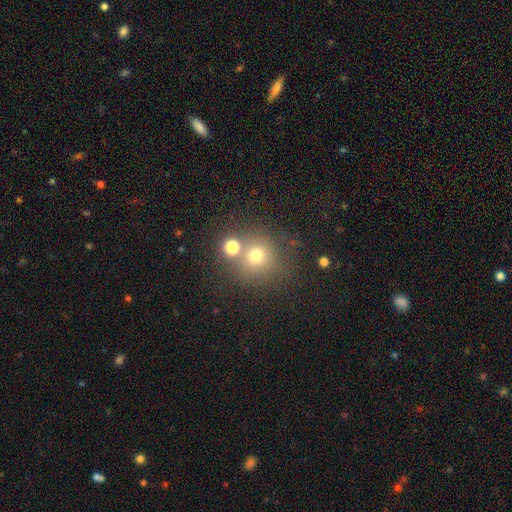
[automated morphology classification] type=smooth (69%); roundness=round (91%); merging=none (65%).